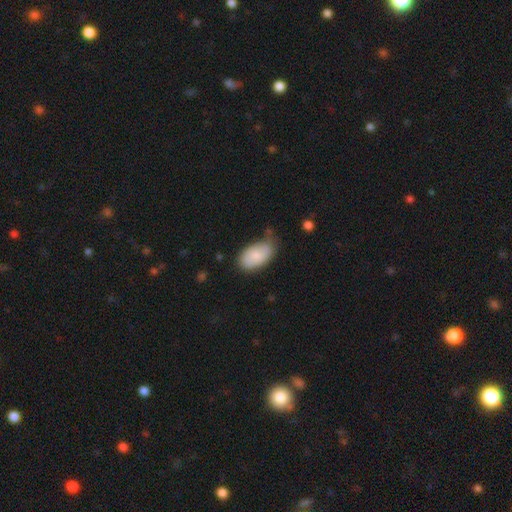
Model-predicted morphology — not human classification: A smooth galaxy with no disk features (81%) that is in between round and cigar-shaped (95%).

Vote fractions:
- Smooth or featured? smooth: 81% / featured or disk: 13% / star or artifact: 6%
- How rounded? in between: 95% / round: 4% / cigar-shaped: 1%
- Merging? none: 63% / minor disturbance: 28% / major disturbance: 6% / merger: 4%